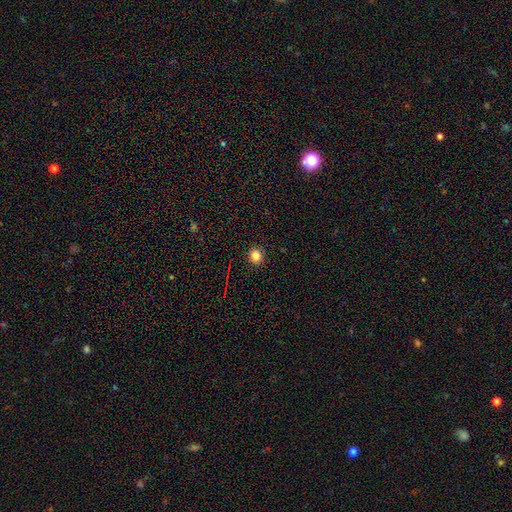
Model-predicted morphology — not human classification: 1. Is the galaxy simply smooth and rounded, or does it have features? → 82% smooth, 13% star or artifact, 5% featured or disk.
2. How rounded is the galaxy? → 88% round, 11% in between, 1% cigar-shaped.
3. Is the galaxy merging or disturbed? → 91% none, 6% minor disturbance, 2% major disturbance, 1% merger.